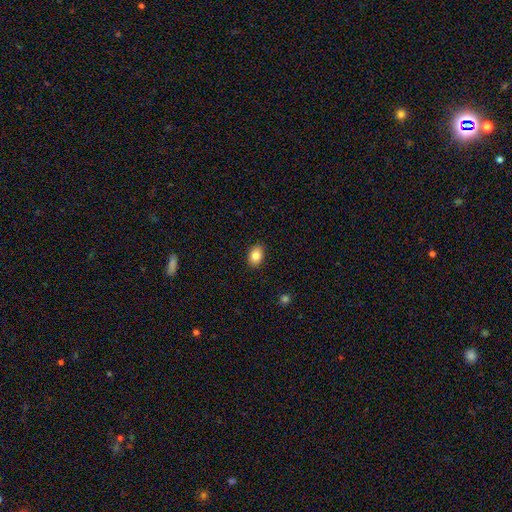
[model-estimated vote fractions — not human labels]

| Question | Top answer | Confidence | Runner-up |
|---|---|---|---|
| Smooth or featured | smooth | 83% | star or artifact (9%) |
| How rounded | in between | 78% | round (20%) |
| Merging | none | 88% | minor disturbance (9%) |